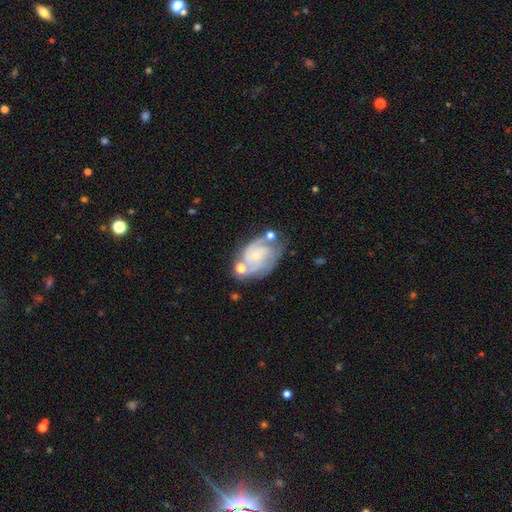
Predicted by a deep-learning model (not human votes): This is likely a featured or disk galaxy (80%). It is clearly not viewed edge-on (97%). Bar: likely no (70%). Spiral arm pattern: clearly yes (93%). Spiral arm count: marginally 2 (29%). Spiral winding: possibly tight (54%). Central bulge: likely small (72%). Merging: possibly none (54%).